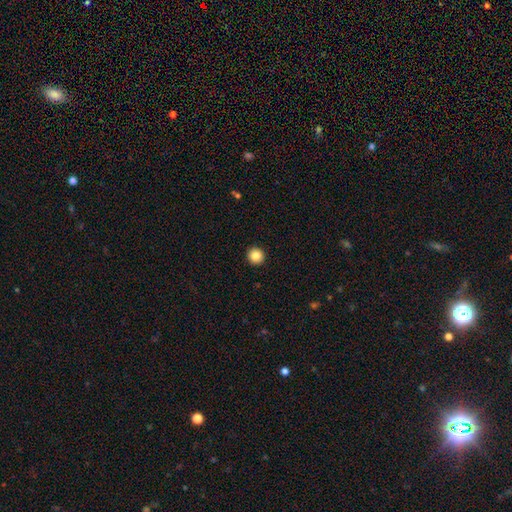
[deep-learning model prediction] Smooth or featured? smooth (86%)
How rounded? round (94%)
Merging? none (94%)